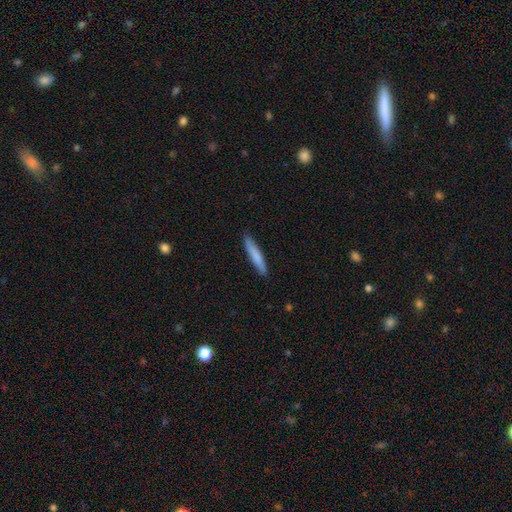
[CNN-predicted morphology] Smooth or featured? smooth (77%)
How rounded? cigar-shaped (93%)
Merging? none (89%)